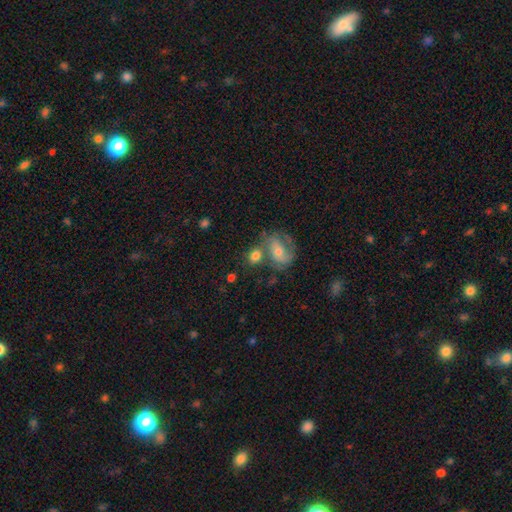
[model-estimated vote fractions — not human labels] smooth_or_featured: smooth (p=0.62) [alt: featured or disk p=0.29]
how_rounded: round (p=0.51) [alt: in between p=0.47]
merging: none (p=0.46) [alt: merger p=0.33]